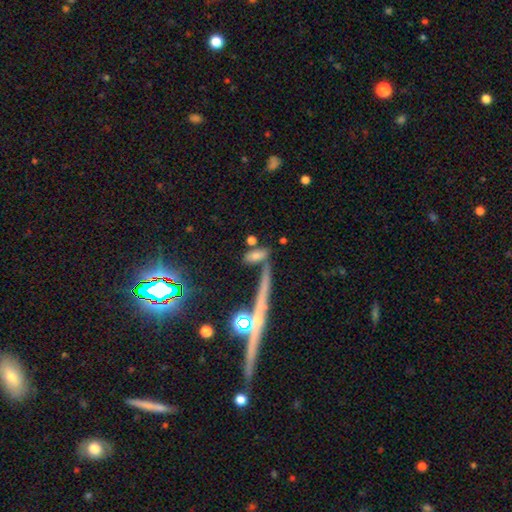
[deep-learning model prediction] A smooth galaxy with no disk features (72%) that is in between round and cigar-shaped (66%).

Vote fractions:
- Smooth or featured? smooth: 72% / featured or disk: 16% / star or artifact: 12%
- How rounded? in between: 66% / cigar-shaped: 28% / round: 6%
- Merging? none: 59% / merger: 20% / minor disturbance: 14% / major disturbance: 6%